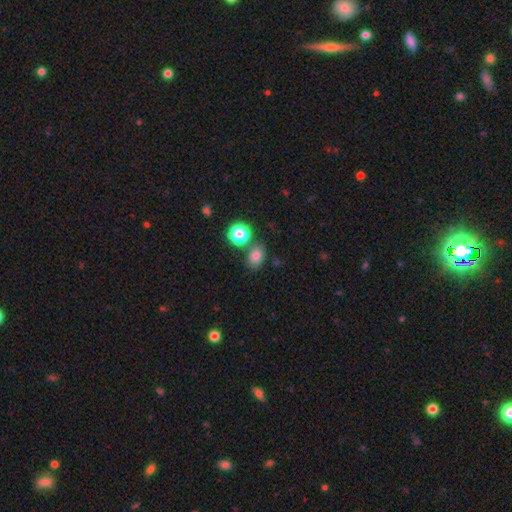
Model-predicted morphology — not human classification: Smooth or featured? Predicted: smooth (p=0.77). How rounded? Predicted: in between (p=0.58). Merging? Predicted: none (p=0.70).